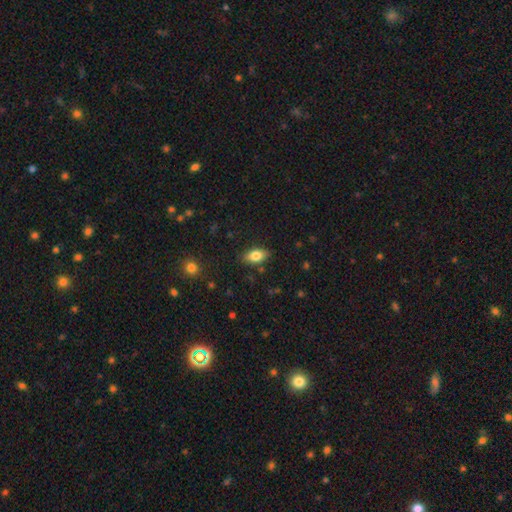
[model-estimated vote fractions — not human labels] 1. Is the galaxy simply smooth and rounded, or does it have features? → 81% smooth, 11% featured or disk, 8% star or artifact.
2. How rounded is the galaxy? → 89% in between, 6% cigar-shaped, 5% round.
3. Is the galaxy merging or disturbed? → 85% none, 11% minor disturbance, 2% major disturbance, 1% merger.